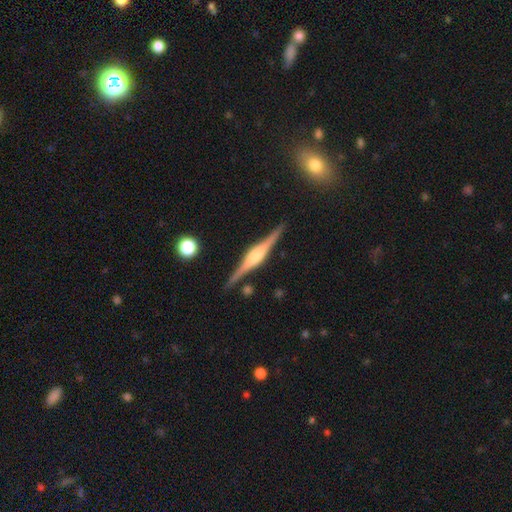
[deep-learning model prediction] smooth_or_featured: featured or disk (p=0.85) [alt: smooth p=0.10]
disk_edge_on: yes (p=0.98) [alt: no p=0.02]
edge_on_bulge: rounded (p=0.76) [alt: boxy p=0.20]
merging: none (p=0.89) [alt: minor disturbance p=0.08]